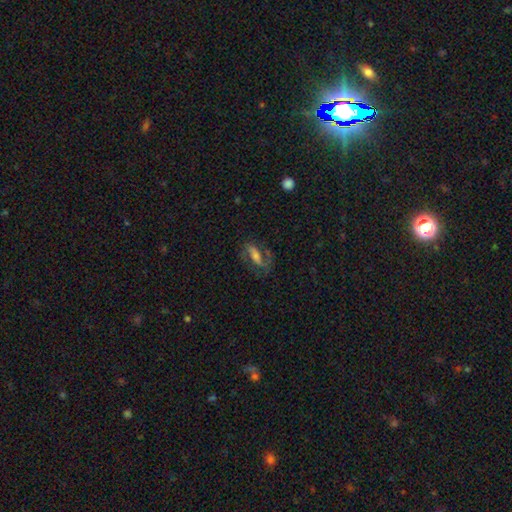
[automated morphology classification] smooth-or-featured: featured or disk: 64% | smooth: 27% | star or artifact: 10%
  disk-edge-on: no: 88% | yes: 12%
    bar: strong: 39% | weak: 33% | no: 28%
    has-spiral-arms: yes: 86% | no: 14%
    bulge-size: moderate: 40% | small: 32% | large: 16% | none: 9% | dominant: 3%
  merging: none: 62% | minor disturbance: 19% | major disturbance: 17% | merger: 3%